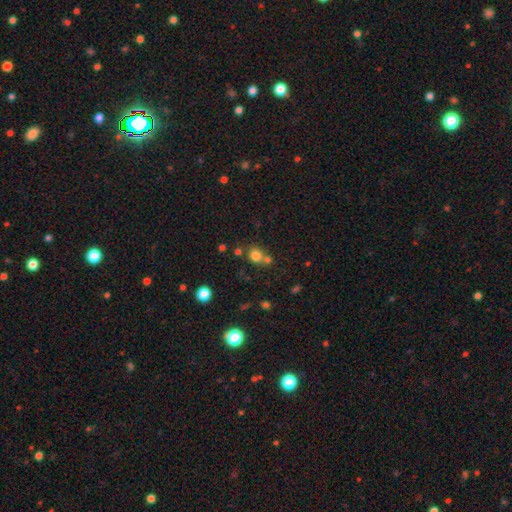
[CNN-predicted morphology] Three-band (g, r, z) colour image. It shows a smooth galaxy with no disk features (78%) that is round (81%). Merging: none (54%).